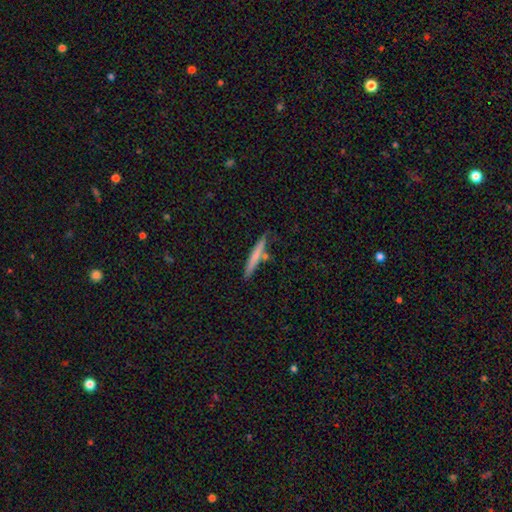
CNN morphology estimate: A smooth galaxy with no disk features (67%) that is cigar-shaped (95%).

Vote fractions:
- Smooth or featured? smooth: 67% / featured or disk: 28% / star or artifact: 6%
- How rounded? cigar-shaped: 95% / in between: 4% / round: 2%
- Merging? none: 78% / minor disturbance: 12% / merger: 8% / major disturbance: 3%